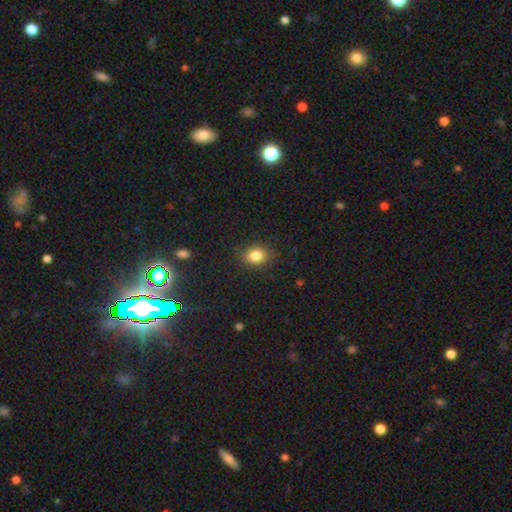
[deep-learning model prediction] Morphology: type=smooth (83%); roundness=round (51%); merging=none (85%).